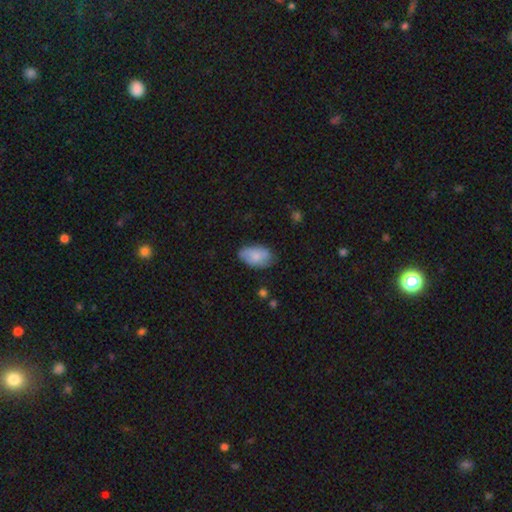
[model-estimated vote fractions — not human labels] Morphology: type=smooth (75%); roundness=in between (93%); merging=none (71%).